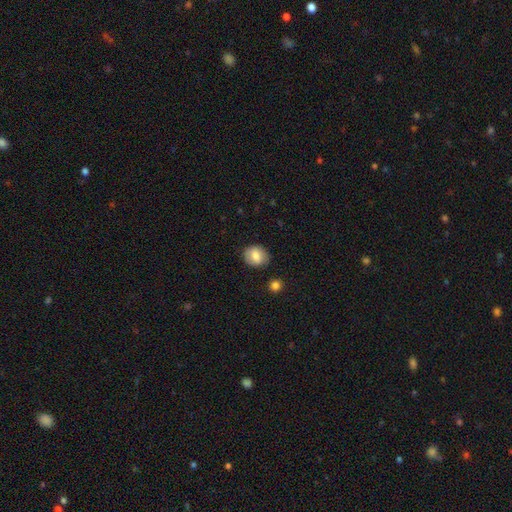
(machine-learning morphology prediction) A smooth galaxy with no disk features (78%) that is round (62%).

Vote fractions:
- Smooth or featured? smooth: 78% / featured or disk: 14% / star or artifact: 8%
- How rounded? round: 62% / in between: 37% / cigar-shaped: 1%
- Merging? none: 82% / minor disturbance: 12% / major disturbance: 3% / merger: 2%